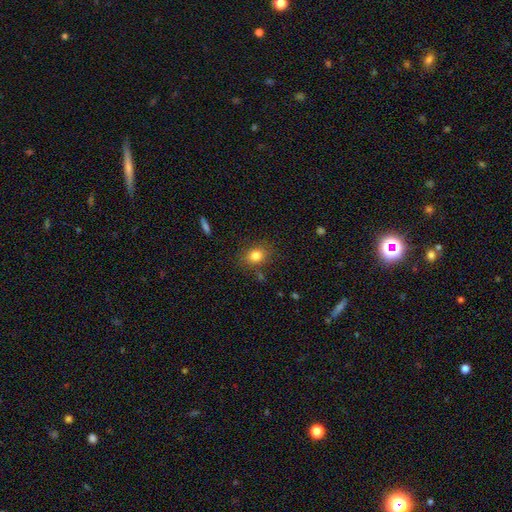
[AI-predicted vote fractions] A smooth galaxy with no disk features (81%) that is round (54%). Merging: none (82%).